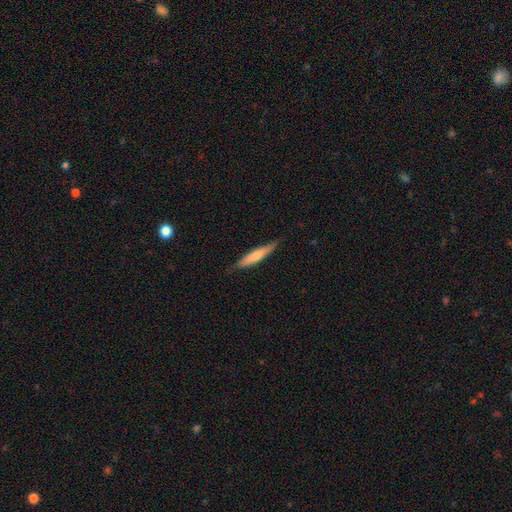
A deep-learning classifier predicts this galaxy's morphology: Overall: smooth (63%; featured or disk 31%). How rounded: cigar-shaped (87%). Merging: none (82%).